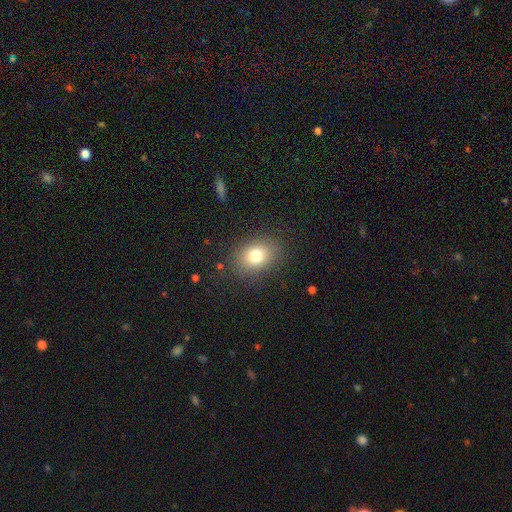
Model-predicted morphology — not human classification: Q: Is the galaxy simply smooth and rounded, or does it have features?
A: smooth — 76%.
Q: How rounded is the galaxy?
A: in between — 61%.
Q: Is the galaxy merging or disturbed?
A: none — 84%.